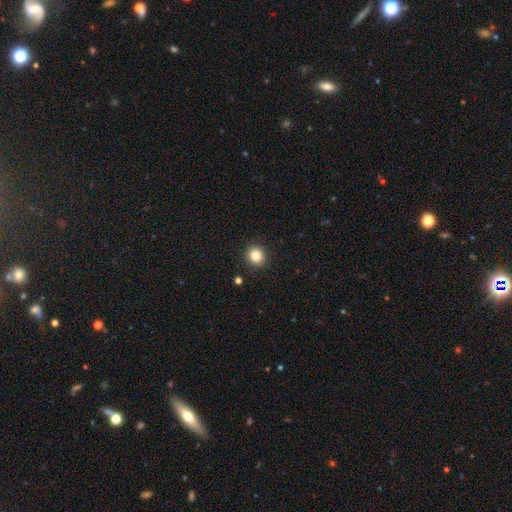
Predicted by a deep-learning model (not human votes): Smooth or featured?
  - smooth: 84% *
  - star or artifact: 11%
  - featured or disk: 5%
How rounded?
  - round: 88% *
  - in between: 12%
  - cigar-shaped: 1%
Merging?
  - none: 92% *
  - minor disturbance: 5%
  - major disturbance: 2%
  - merger: 1%